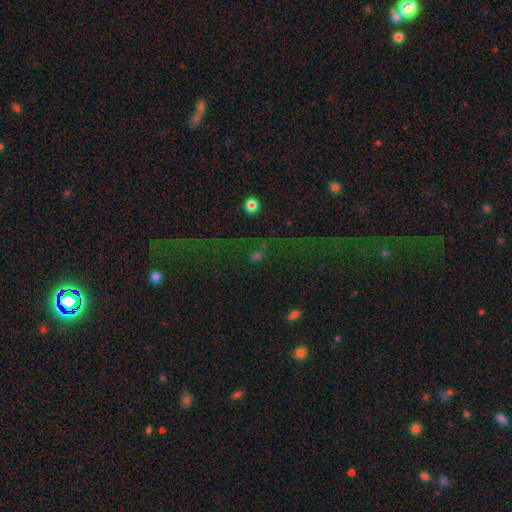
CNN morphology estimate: Q: Smooth or featured?
A: star or artifact (55%); runner-up: smooth (27%)